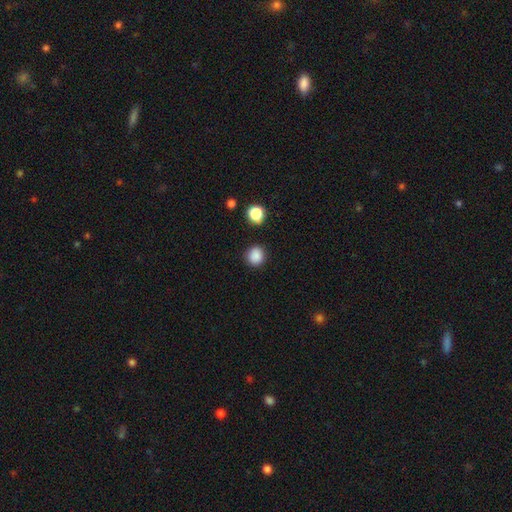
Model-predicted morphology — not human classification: Smooth or featured: smooth — 86% (star or artifact — 11%)
How rounded: round — 88% (in between — 11%)
Merging: none — 88% (minor disturbance — 8%)